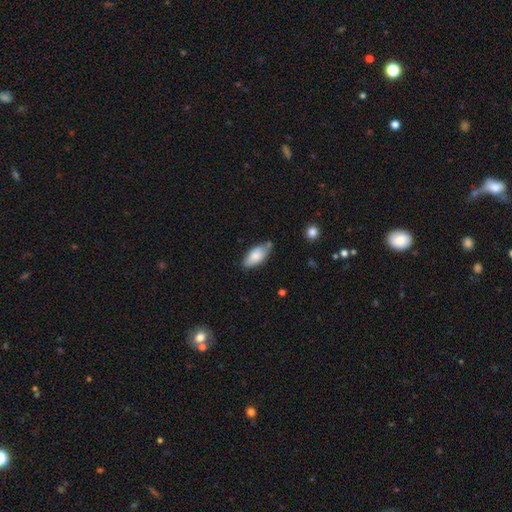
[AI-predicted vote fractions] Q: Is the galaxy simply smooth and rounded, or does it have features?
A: smooth — 79%.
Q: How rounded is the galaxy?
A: in between — 88%.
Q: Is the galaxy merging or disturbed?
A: none — 65%.